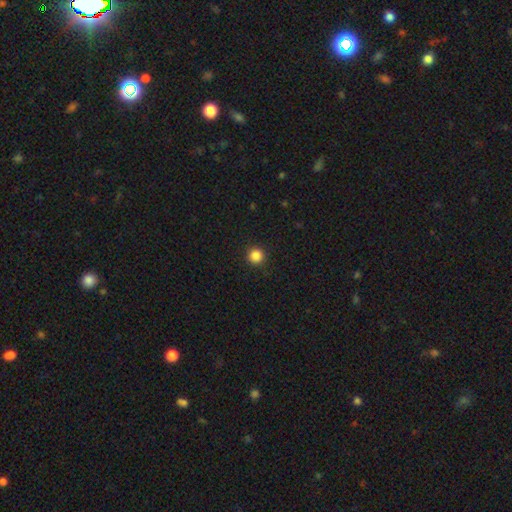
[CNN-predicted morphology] The model was most divided on "smooth or featured": smooth: 86%, star or artifact: 11%, featured or disk: 3%. More confident: how rounded — round (96%); merging — none (93%).